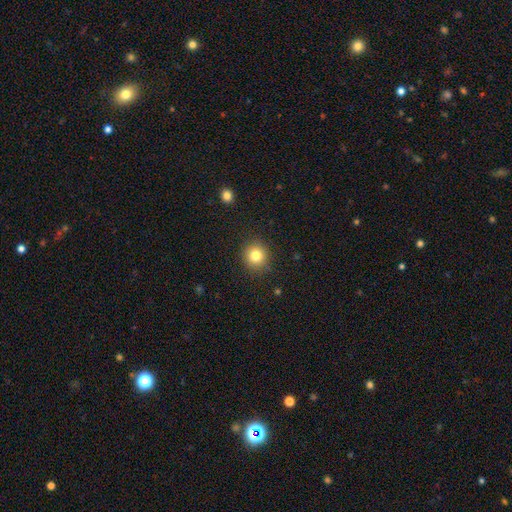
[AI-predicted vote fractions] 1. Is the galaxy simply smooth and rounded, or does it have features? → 81% smooth, 12% star or artifact, 7% featured or disk.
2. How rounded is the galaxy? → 91% round, 8% in between, 1% cigar-shaped.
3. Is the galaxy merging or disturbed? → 90% none, 7% minor disturbance, 2% major disturbance, 1% merger.